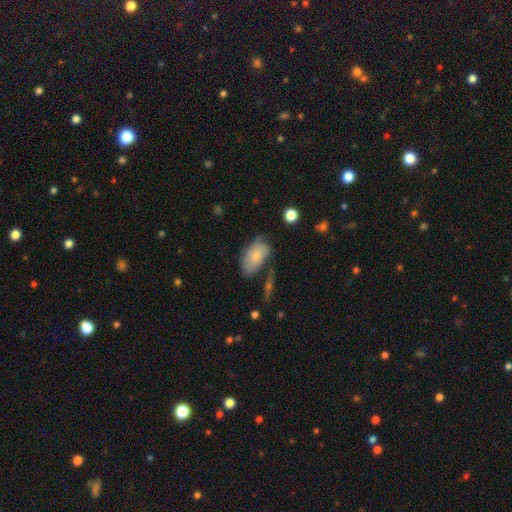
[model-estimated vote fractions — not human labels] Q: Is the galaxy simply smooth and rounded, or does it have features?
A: smooth — 64%.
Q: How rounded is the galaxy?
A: in between — 91%.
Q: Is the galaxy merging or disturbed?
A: none — 56%.